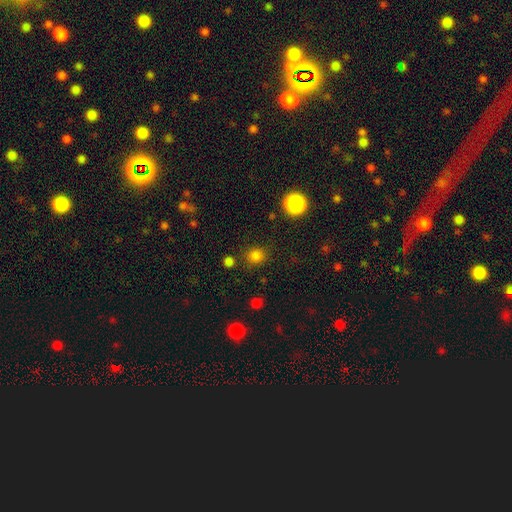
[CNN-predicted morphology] Smooth or featured: smooth — 79% (star or artifact — 17%)
How rounded: round — 83% (in between — 16%)
Merging: none — 83% (minor disturbance — 10%)